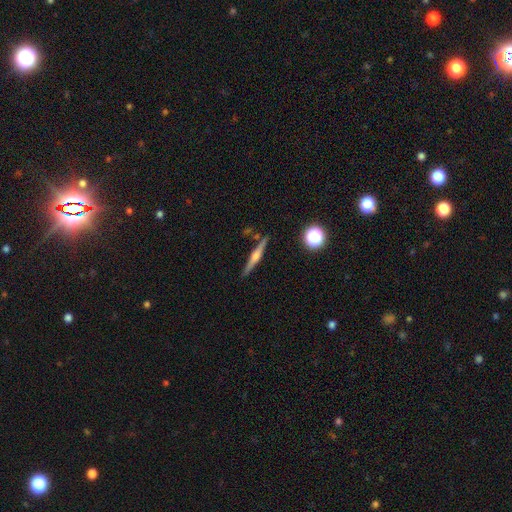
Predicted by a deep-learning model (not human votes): smooth_or_featured: featured or disk (p=0.68) [alt: smooth p=0.24]
disk_edge_on: yes (p=0.98) [alt: no p=0.02]
edge_on_bulge: rounded (p=0.80) [alt: boxy p=0.13]
merging: none (p=0.88) [alt: minor disturbance p=0.08]